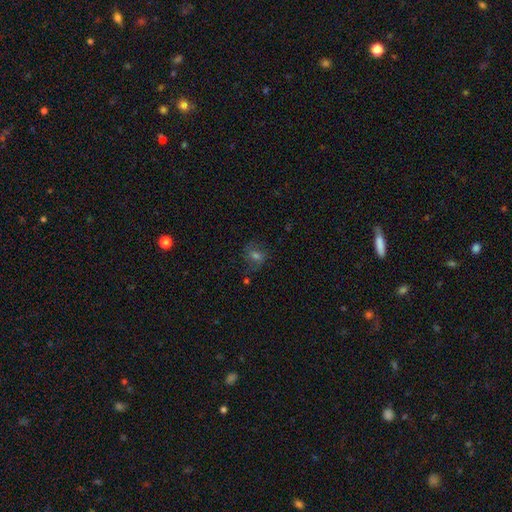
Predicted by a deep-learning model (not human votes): Smooth or featured: smooth — 42% (featured or disk — 30%)
Merging: none — 70% (minor disturbance — 17%)